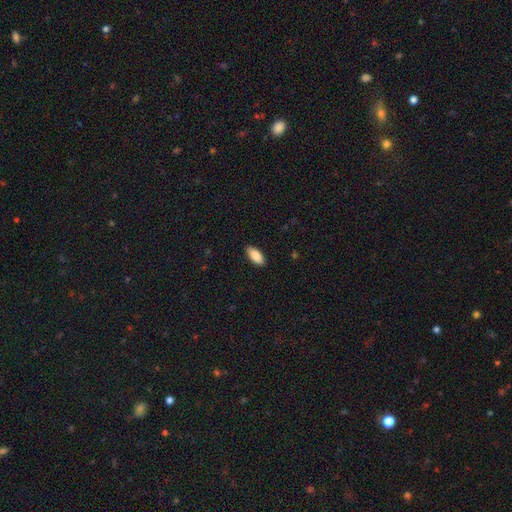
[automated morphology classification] Smooth or featured? smooth (88%)
How rounded? in between (88%)
Merging? none (89%)